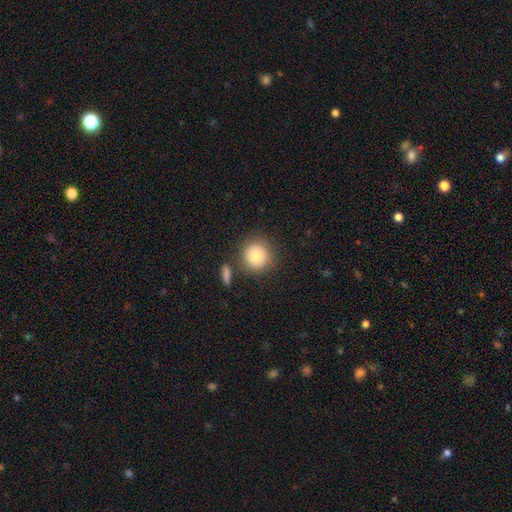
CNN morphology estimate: smooth_or_featured: smooth (p=0.81) [alt: featured or disk p=0.10]
how_rounded: round (p=0.92) [alt: in between p=0.07]
merging: none (p=0.79) [alt: minor disturbance p=0.11]